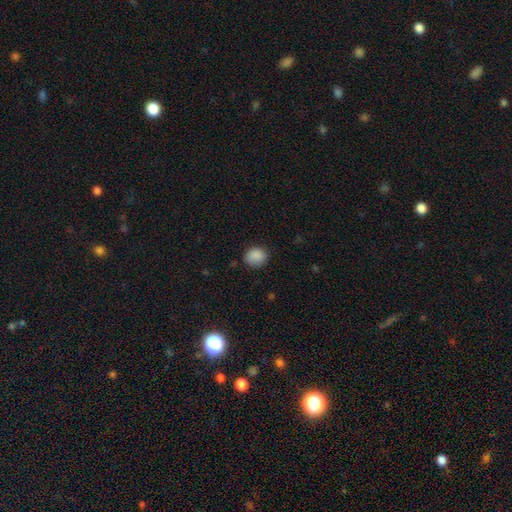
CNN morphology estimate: smooth_or_featured: smooth (p=0.88) [alt: star or artifact p=0.09]
how_rounded: round (p=0.67) [alt: in between p=0.32]
merging: none (p=0.82) [alt: minor disturbance p=0.14]